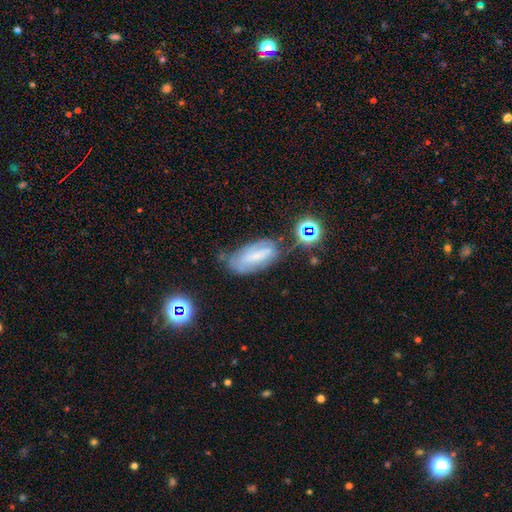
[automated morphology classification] featured or disk 46%, smooth 40%, star or artifact 14%. Down the decision tree: merging — none (49%).